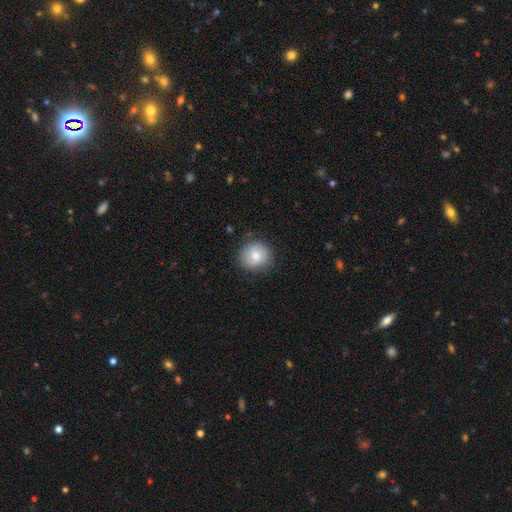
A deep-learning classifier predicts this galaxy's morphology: smooth-or-featured: smooth: 77% | featured or disk: 15% | star or artifact: 8%
  how-rounded: round: 85% | in between: 14% | cigar-shaped: 1%
  merging: none: 82% | minor disturbance: 14% | major disturbance: 3% | merger: 1%